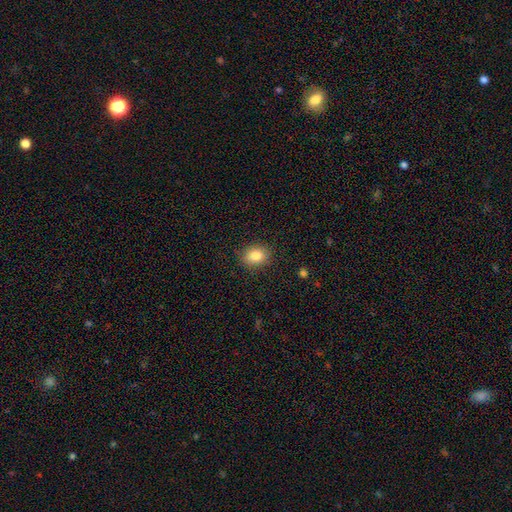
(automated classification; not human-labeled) This appears to be a smooth galaxy with no disk features (84%) that is in between round and cigar-shaped (59%). Merging: none (87%).